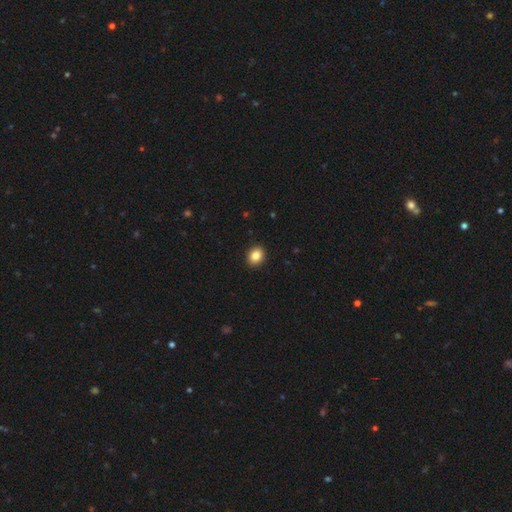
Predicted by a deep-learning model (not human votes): A smooth galaxy with no disk features (85%) that is round (54%).

Vote fractions:
- Smooth or featured? smooth: 85% / star or artifact: 9% / featured or disk: 6%
- How rounded? round: 54% / in between: 45% / cigar-shaped: 1%
- Merging? none: 92% / minor disturbance: 6% / major disturbance: 2% / merger: 1%